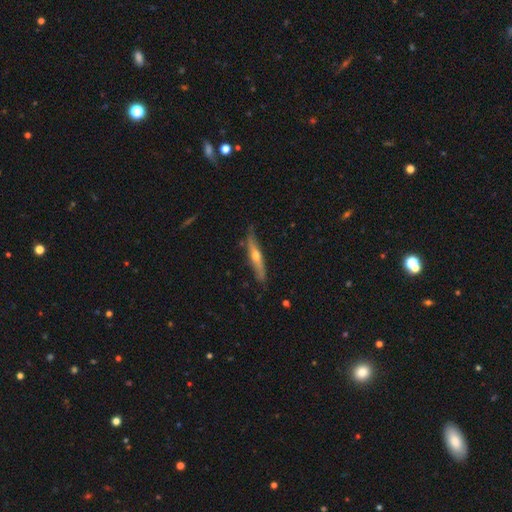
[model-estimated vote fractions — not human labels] smooth_or_featured: featured or disk (p=0.61) [alt: smooth p=0.33]
disk_edge_on: yes (p=0.90) [alt: no p=0.10]
edge_on_bulge: rounded (p=0.86) [alt: none p=0.11]
merging: none (p=0.78) [alt: minor disturbance p=0.17]